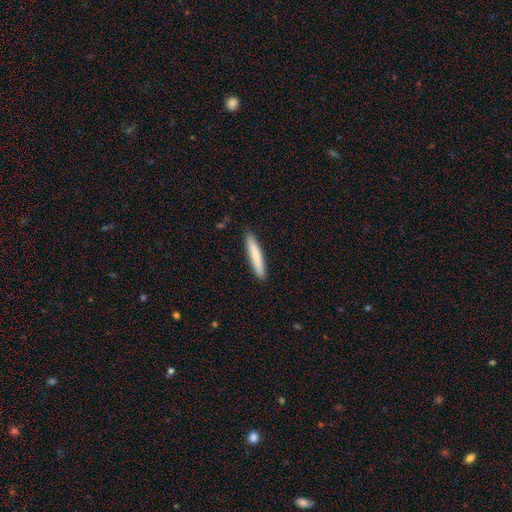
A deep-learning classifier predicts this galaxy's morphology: Q: Smooth or featured?
A: smooth (78%); runner-up: featured or disk (17%)
Q: How rounded?
A: cigar-shaped (94%); runner-up: in between (5%)
Q: Merging?
A: none (91%); runner-up: minor disturbance (7%)